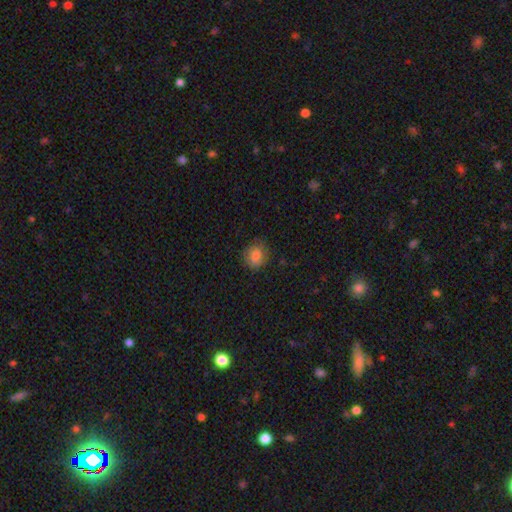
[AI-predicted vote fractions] Smooth or featured? Predicted: smooth (p=0.84). How rounded? Predicted: round (p=0.67). Merging? Predicted: none (p=0.82).